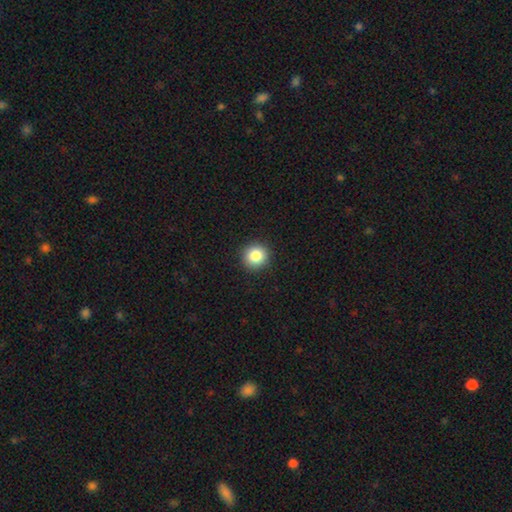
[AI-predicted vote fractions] Q: Smooth or featured?
A: smooth (85%); runner-up: star or artifact (10%)
Q: How rounded?
A: round (93%); runner-up: in between (6%)
Q: Merging?
A: none (92%); runner-up: minor disturbance (5%)